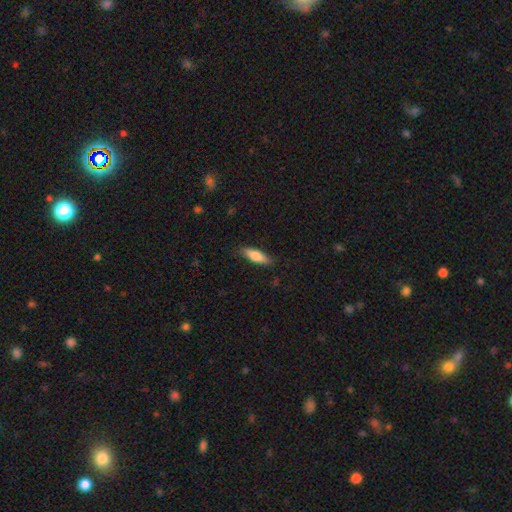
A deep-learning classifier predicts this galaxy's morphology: The model was most divided on "how rounded": cigar-shaped: 51%, in between: 47%, round: 2%. More confident: merging — none (84%); smooth or featured — smooth (75%).